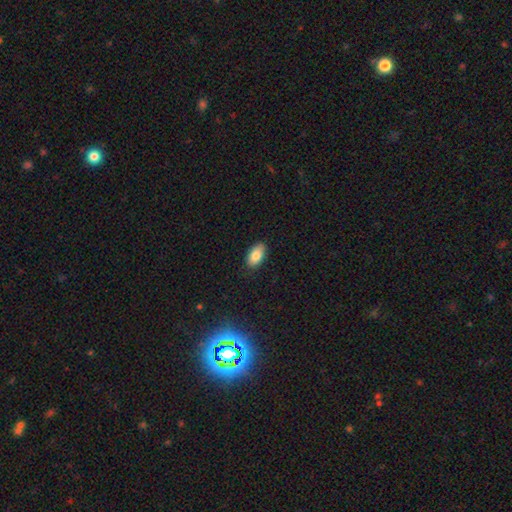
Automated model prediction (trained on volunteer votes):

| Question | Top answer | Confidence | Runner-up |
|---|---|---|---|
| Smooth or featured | smooth | 84% | featured or disk (9%) |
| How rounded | in between | 93% | round (4%) |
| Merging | none | 84% | minor disturbance (12%) |